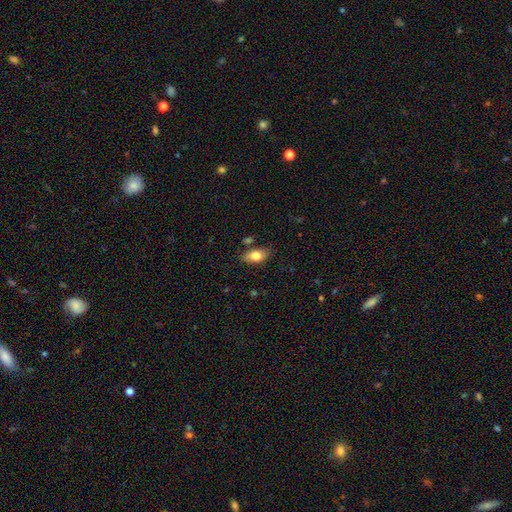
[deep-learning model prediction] smooth_or_featured: smooth (p=0.78) [alt: featured or disk p=0.15]
how_rounded: in between (p=0.88) [alt: round p=0.07]
merging: none (p=0.75) [alt: minor disturbance p=0.17]